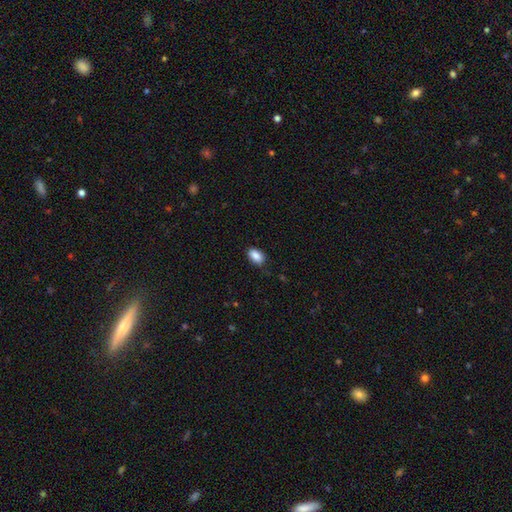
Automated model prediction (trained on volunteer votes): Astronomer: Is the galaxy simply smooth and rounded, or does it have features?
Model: smooth — 88%.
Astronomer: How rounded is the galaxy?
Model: in between — 90%.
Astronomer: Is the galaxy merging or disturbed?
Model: none — 83%.